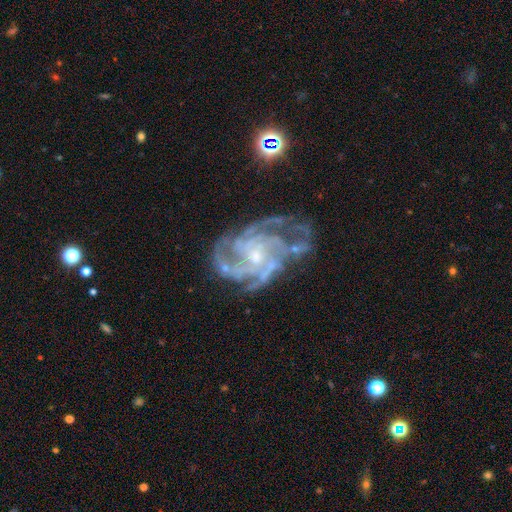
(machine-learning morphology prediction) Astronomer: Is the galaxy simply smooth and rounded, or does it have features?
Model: featured or disk — 90%.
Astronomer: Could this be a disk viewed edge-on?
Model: no — 98%.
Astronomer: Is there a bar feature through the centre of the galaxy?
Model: no — 65%.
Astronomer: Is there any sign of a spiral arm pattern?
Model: yes — 97%.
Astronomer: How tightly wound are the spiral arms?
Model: tight — 52% (runner-up: medium, 40%).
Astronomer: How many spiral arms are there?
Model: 4 — 31% (runner-up: 3, 20%).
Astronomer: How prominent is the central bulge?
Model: small — 55% (runner-up: moderate, 37%).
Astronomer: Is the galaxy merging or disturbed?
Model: none — 59%.